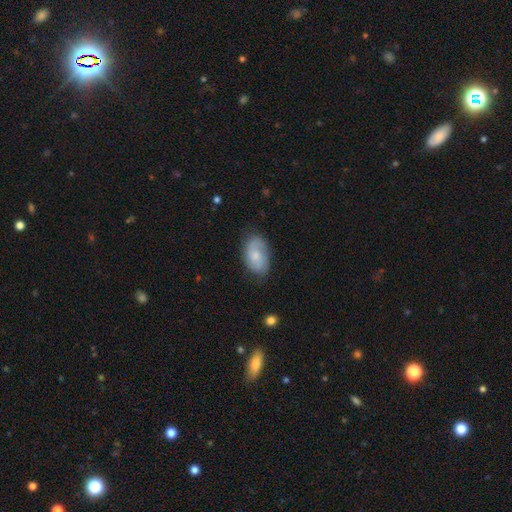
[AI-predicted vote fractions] smooth 49%, featured or disk 44%, star or artifact 7%. Down the decision tree: merging — none (69%).